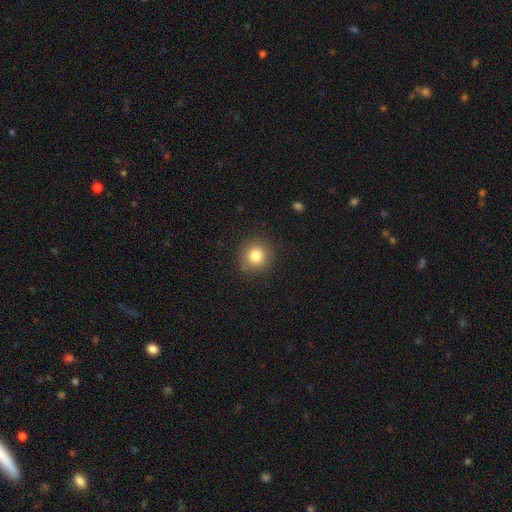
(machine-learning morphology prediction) A smooth galaxy with no disk features (81%) that is round (90%). Merging: none (88%).